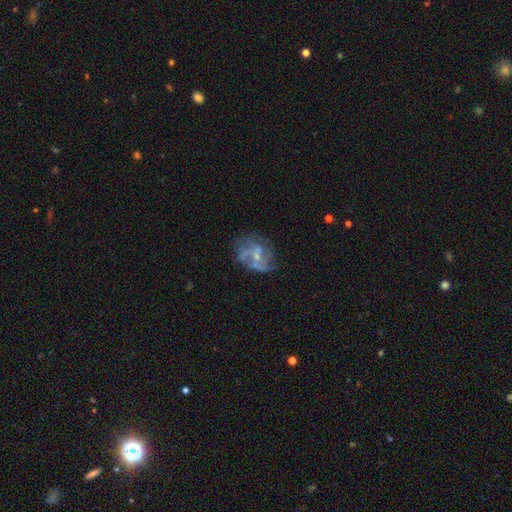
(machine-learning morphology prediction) Overall: featured or disk (71%). Edge-on disk: no (98%). Bar: no (64%; weak 30%). Spiral arms: yes (62%; no 38%). Bulge size: small (57%; moderate 26%). Merging: none (52%; minor disturbance 21%).